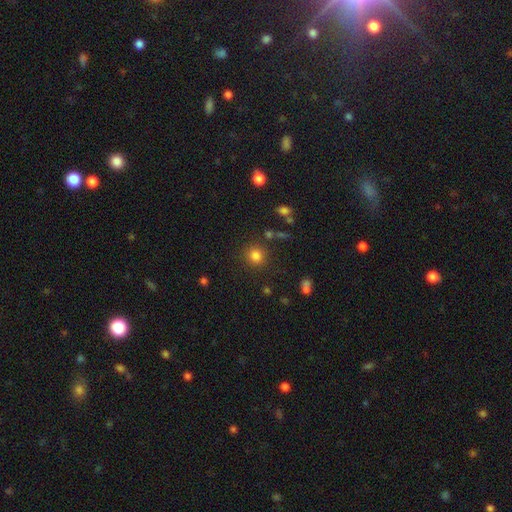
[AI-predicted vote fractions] Smooth or featured? smooth (81%)
How rounded? round (89%)
Merging? none (84%)